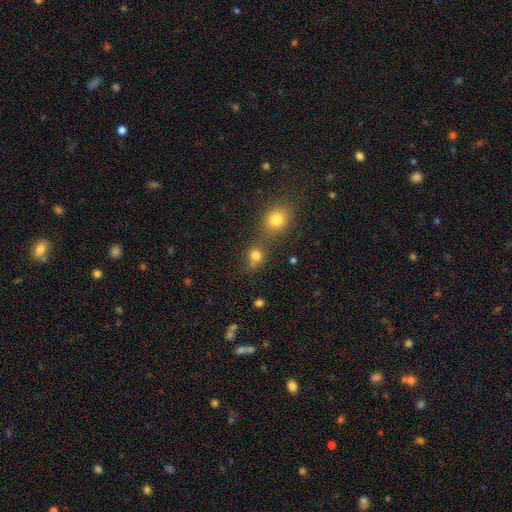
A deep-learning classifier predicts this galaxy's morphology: This appears to be a smooth galaxy with no disk features (77%) that is round (79%). Merging: none (48%).